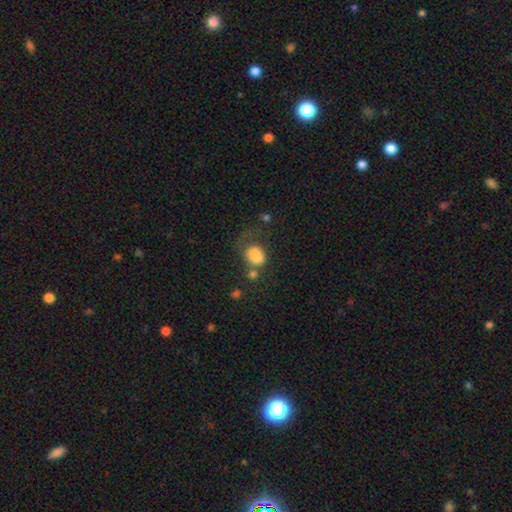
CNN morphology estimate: smooth_or_featured: smooth (p=0.79) [alt: featured or disk p=0.11]
how_rounded: in between (p=0.59) [alt: round p=0.40]
merging: none (p=0.32) [alt: major disturbance p=0.28]